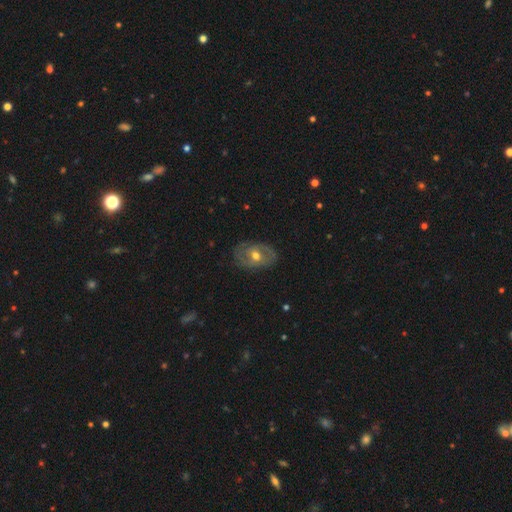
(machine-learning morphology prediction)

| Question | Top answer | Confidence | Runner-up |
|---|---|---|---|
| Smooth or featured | featured or disk | 65% | smooth (28%) |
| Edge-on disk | no | 93% | yes (7%) |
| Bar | no | 59% | weak (32%) |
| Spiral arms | yes | 59% | no (41%) |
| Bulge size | moderate | 76% | small (16%) |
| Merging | none | 76% | minor disturbance (17%) |